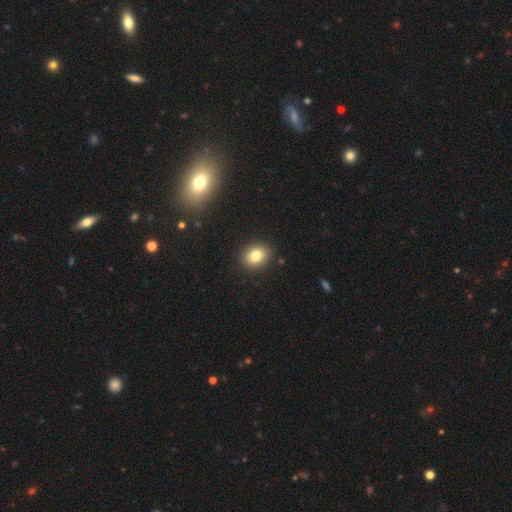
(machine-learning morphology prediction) Q: Smooth or featured?
A: smooth (81%); runner-up: star or artifact (11%)
Q: How rounded?
A: round (51%); runner-up: in between (49%)
Q: Merging?
A: none (89%); runner-up: minor disturbance (7%)